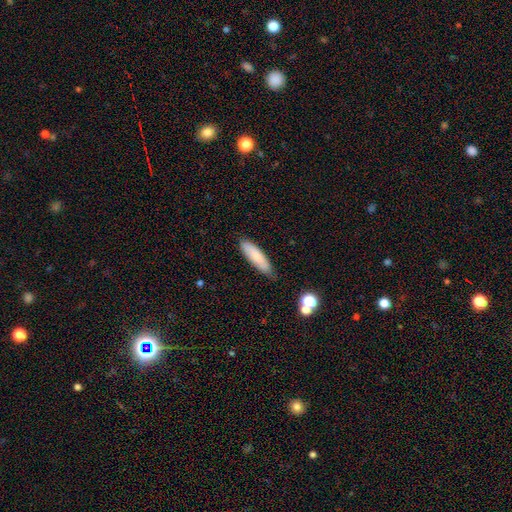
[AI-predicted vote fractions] Q: Smooth or featured?
A: smooth (80%); runner-up: featured or disk (13%)
Q: How rounded?
A: cigar-shaped (61%); runner-up: in between (38%)
Q: Merging?
A: none (78%); runner-up: minor disturbance (17%)